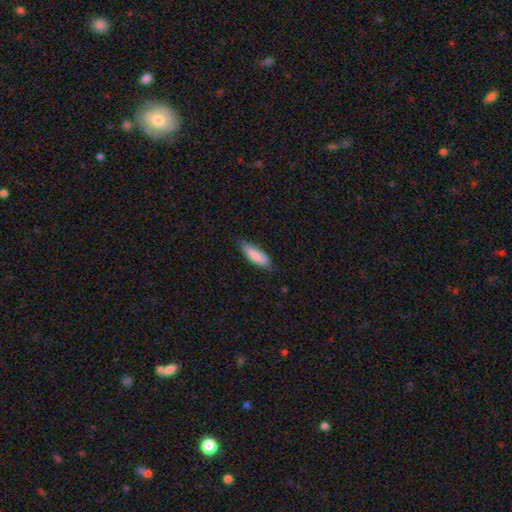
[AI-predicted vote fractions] smooth_or_featured: smooth (p=0.84) [alt: featured or disk p=0.11]
how_rounded: in between (p=0.59) [alt: cigar-shaped p=0.40]
merging: none (p=0.76) [alt: minor disturbance p=0.20]